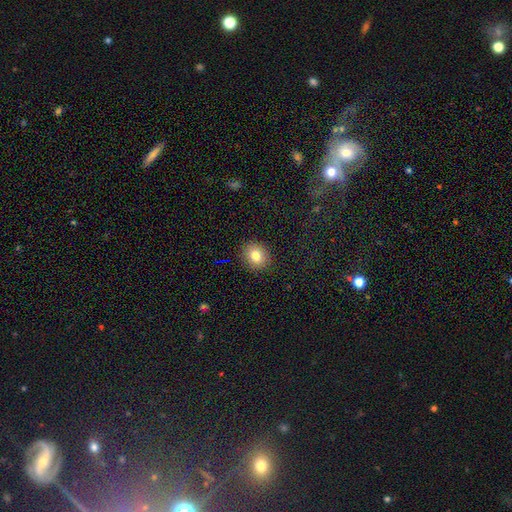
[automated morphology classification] A smooth galaxy with no disk features (81%) that is round (66%). Merging: none (89%).